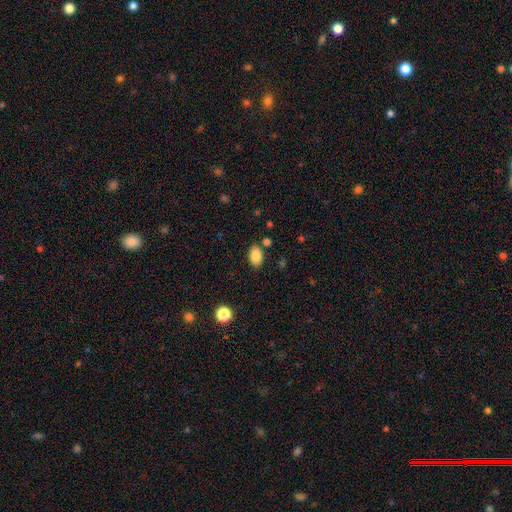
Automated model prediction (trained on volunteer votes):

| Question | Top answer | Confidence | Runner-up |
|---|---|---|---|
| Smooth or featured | smooth | 86% | star or artifact (8%) |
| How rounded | in between | 89% | round (9%) |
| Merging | none | 83% | minor disturbance (11%) |